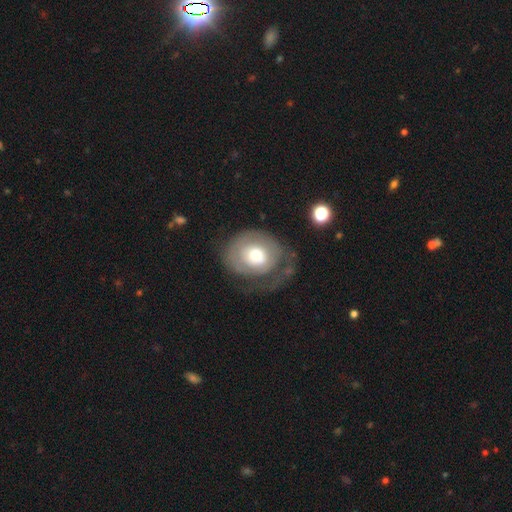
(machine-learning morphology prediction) A featured or disk galaxy (49%). Merging: none (42%).